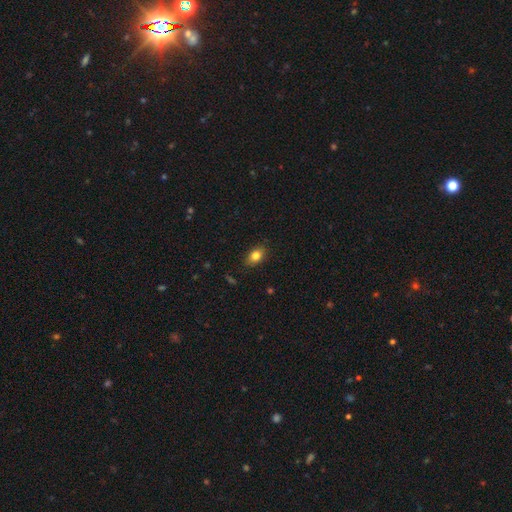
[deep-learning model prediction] Q: Smooth or featured?
A: smooth (83%); runner-up: star or artifact (9%)
Q: How rounded?
A: in between (81%); runner-up: round (17%)
Q: Merging?
A: none (85%); runner-up: minor disturbance (12%)